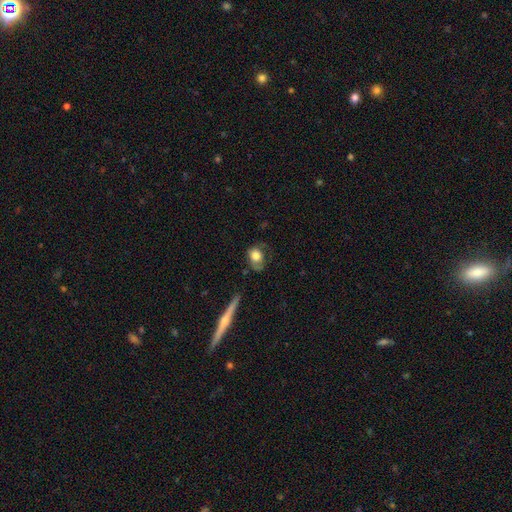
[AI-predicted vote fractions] Smooth or featured? Predicted: smooth (p=0.69). How rounded? Predicted: in between (p=0.58). Merging? Predicted: none (p=0.39).